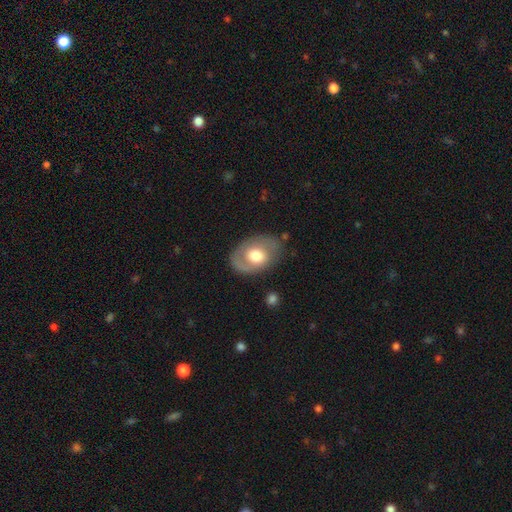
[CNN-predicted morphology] A featured or disk galaxy (49%).

Vote fractions:
- Smooth or featured? featured or disk: 49% / smooth: 46% / star or artifact: 6%
- Merging? none: 72% / minor disturbance: 18% / major disturbance: 8% / merger: 2%